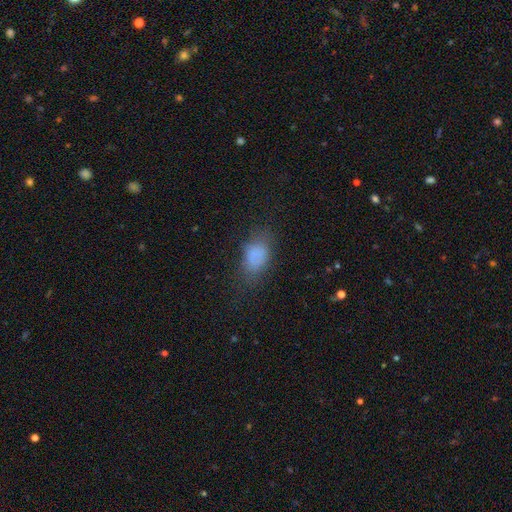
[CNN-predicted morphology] This appears to be a smooth galaxy with no disk features (77%) that is in between round and cigar-shaped (86%). Merging: none (58%).